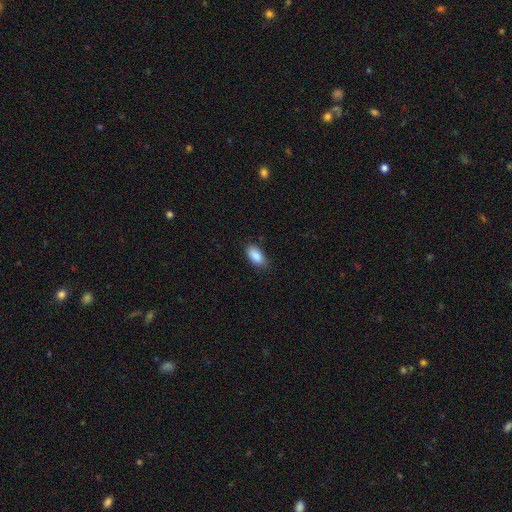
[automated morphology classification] Smooth or featured: smooth — 89% (star or artifact — 7%)
How rounded: in between — 92% (cigar-shaped — 5%)
Merging: none — 80% (minor disturbance — 16%)